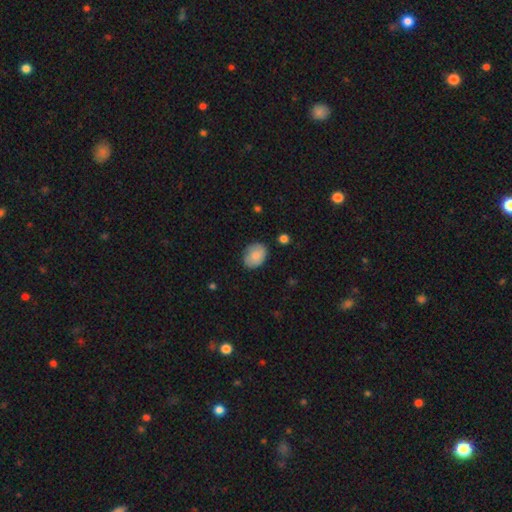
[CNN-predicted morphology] smooth-or-featured: smooth: 82% | featured or disk: 11% | star or artifact: 7%
  how-rounded: in between: 67% | round: 32% | cigar-shaped: 1%
  merging: none: 79% | minor disturbance: 16% | major disturbance: 3% | merger: 1%